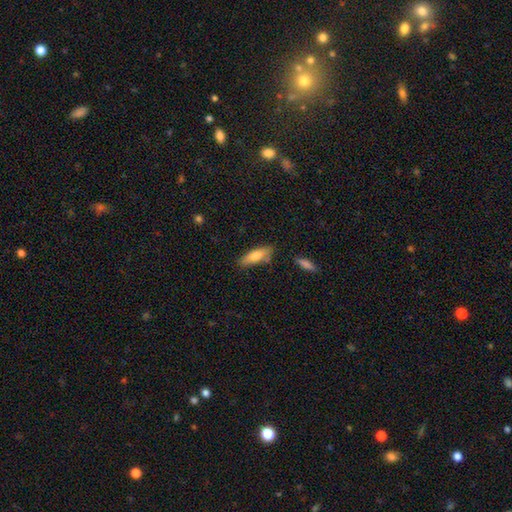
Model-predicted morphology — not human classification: This is likely a smooth galaxy (76%). How rounded: possibly in between (52%). Merging: likely none (70%).